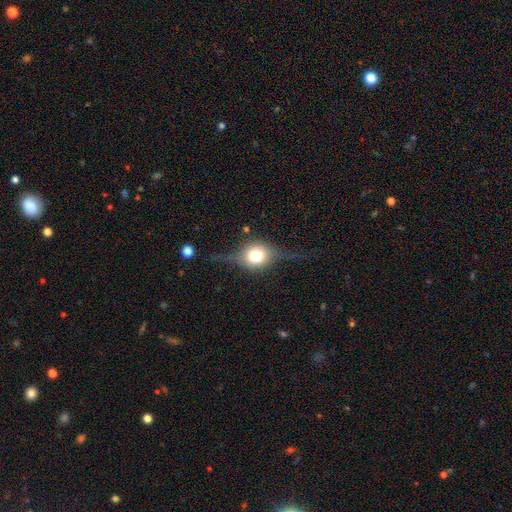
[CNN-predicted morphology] type=featured or disk (62%); edge-on=yes (92%); edge-on bulge=rounded (94%); merging=none (69%).